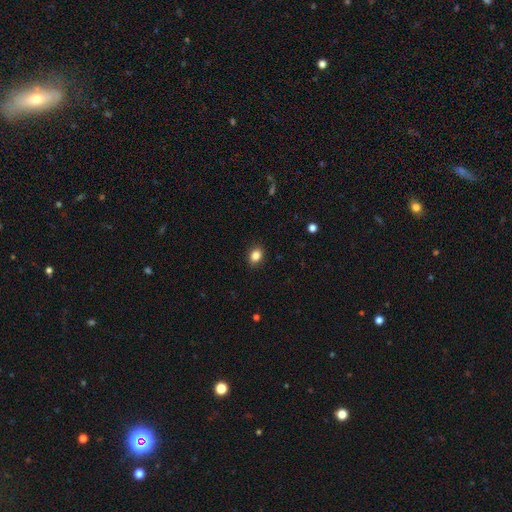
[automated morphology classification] type=smooth (85%); roundness=in between (61%); merging=none (89%).